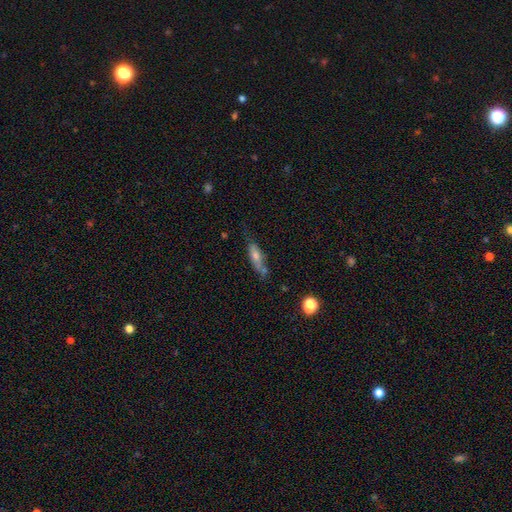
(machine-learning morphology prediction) Smooth or featured?
  - smooth: 50% *
  - featured or disk: 39%
  - star or artifact: 11%
How rounded?
  - cigar-shaped: 57% *
  - in between: 39%
  - round: 4%
Merging?
  - none: 55% *
  - minor disturbance: 25%
  - major disturbance: 10%
  - merger: 10%